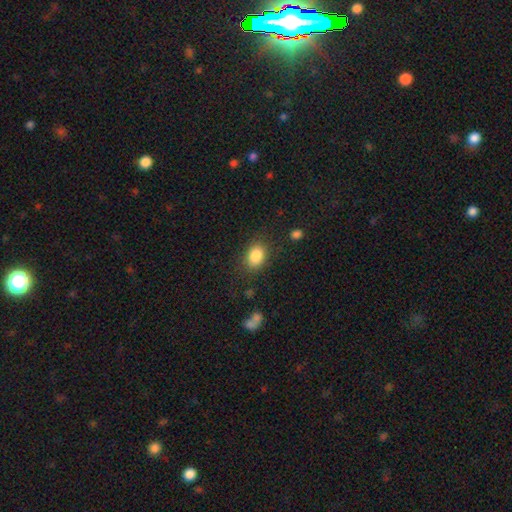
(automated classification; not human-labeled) Smooth or featured?
  - smooth: 86% *
  - star or artifact: 9%
  - featured or disk: 6%
How rounded?
  - in between: 66% *
  - round: 33%
  - cigar-shaped: 1%
Merging?
  - none: 81% *
  - minor disturbance: 12%
  - major disturbance: 5%
  - merger: 2%